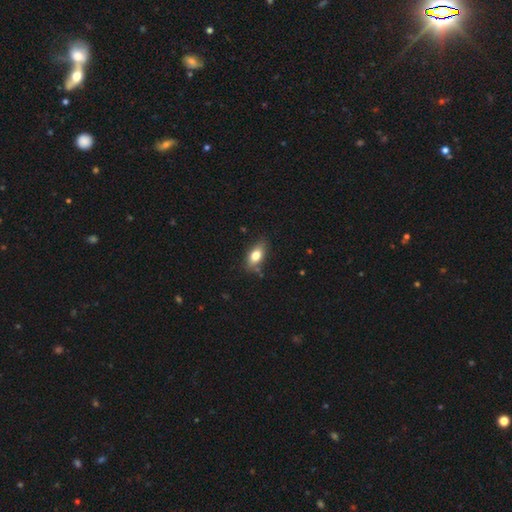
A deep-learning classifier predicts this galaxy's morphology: smooth 76%, featured or disk 16%, star or artifact 8%. Down the decision tree: how rounded — in between (84%); merging — none (76%).